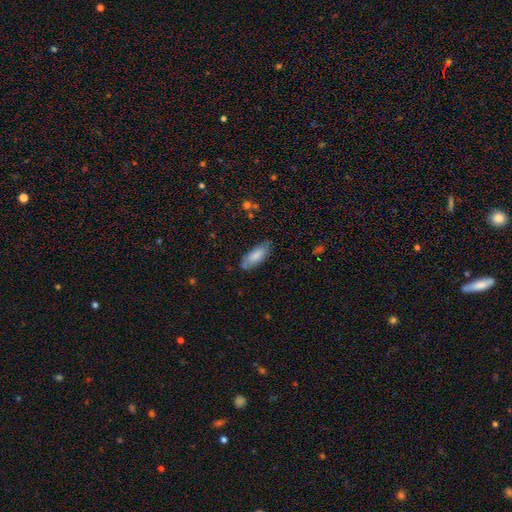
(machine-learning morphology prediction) The model was most divided on "how rounded": in between: 74%, cigar-shaped: 25%, round: 2%. More confident: smooth or featured — smooth (82%); merging — none (76%).